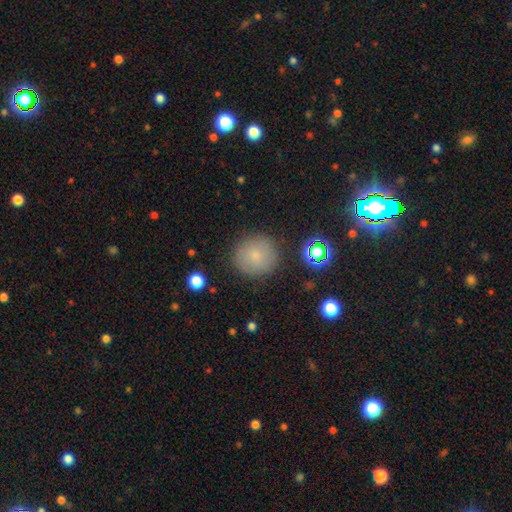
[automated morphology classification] A smooth galaxy with no disk features (78%) that is round (93%). Merging: none (87%).